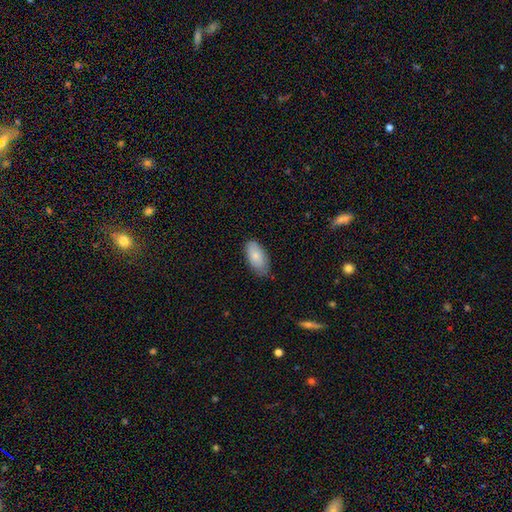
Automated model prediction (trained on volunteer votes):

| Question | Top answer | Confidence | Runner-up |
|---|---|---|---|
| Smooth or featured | smooth | 82% | featured or disk (12%) |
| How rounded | in between | 94% | cigar-shaped (4%) |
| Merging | none | 72% | minor disturbance (24%) |